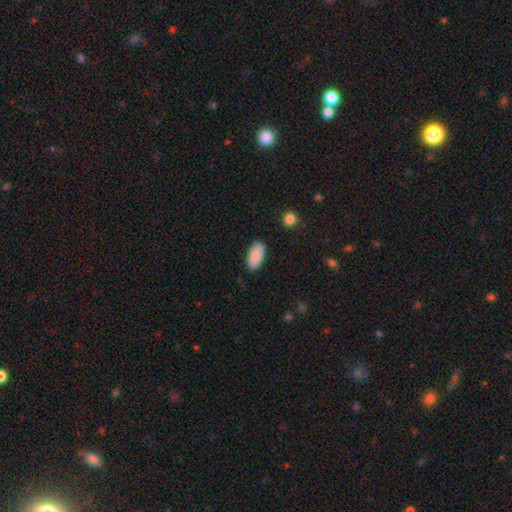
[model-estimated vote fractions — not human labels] This is clearly a smooth galaxy (89%). How rounded: clearly in between (93%). Merging: clearly none (88%).